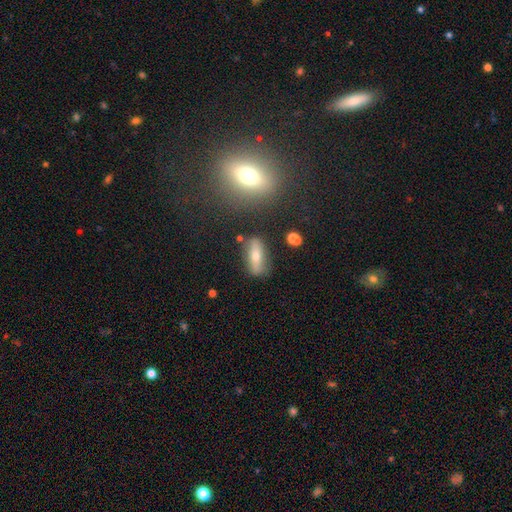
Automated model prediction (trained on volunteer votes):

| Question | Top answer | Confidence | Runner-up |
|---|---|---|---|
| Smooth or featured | smooth | 53% | featured or disk (37%) |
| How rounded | in between | 55% | cigar-shaped (41%) |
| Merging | none | 77% | minor disturbance (14%) |